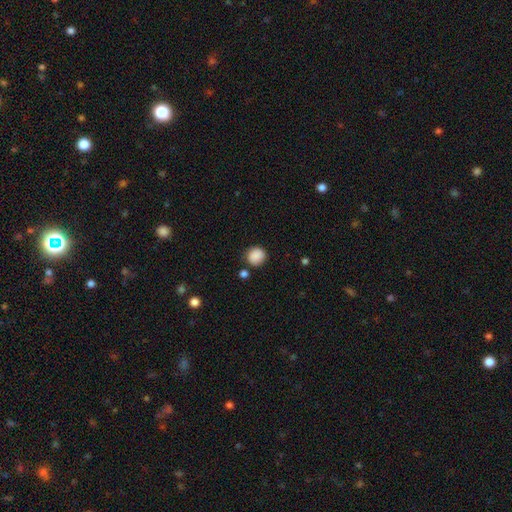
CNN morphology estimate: type=smooth (88%); roundness=round (89%); merging=none (81%).